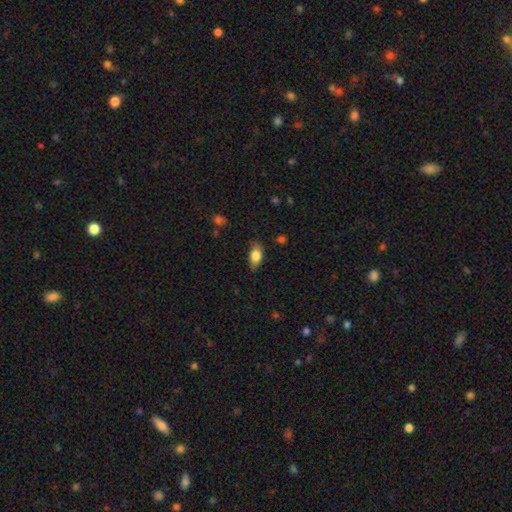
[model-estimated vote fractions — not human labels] smooth_or_featured: smooth (p=0.78) [alt: featured or disk p=0.15]
how_rounded: in between (p=0.88) [alt: round p=0.07]
merging: none (p=0.67) [alt: minor disturbance p=0.26]